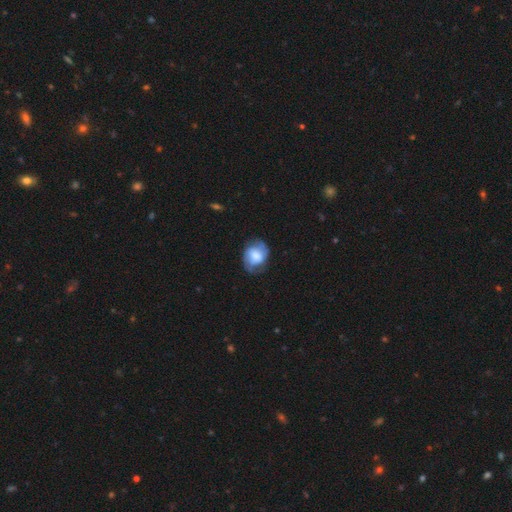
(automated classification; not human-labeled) Smooth or featured? featured or disk (53%)
Edge-on disk? no (97%)
Bar? no (49%)
Spiral arms? yes (81%)
Bulge size? large (35%)
Merging? none (64%)